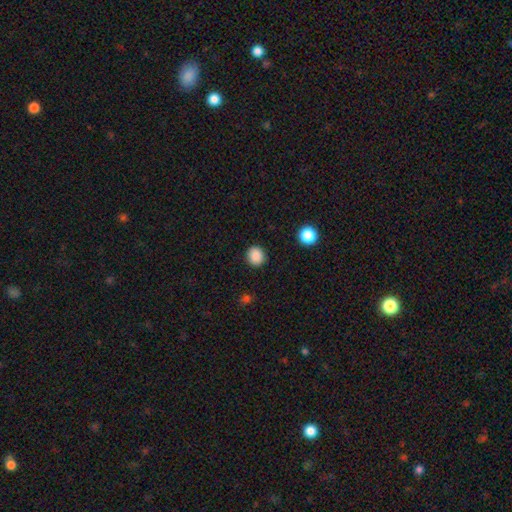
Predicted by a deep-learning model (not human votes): Smooth or featured?
  - smooth: 88% *
  - star or artifact: 10%
  - featured or disk: 3%
How rounded?
  - round: 87% *
  - in between: 12%
  - cigar-shaped: 1%
Merging?
  - none: 90% *
  - minor disturbance: 6%
  - major disturbance: 2%
  - merger: 1%